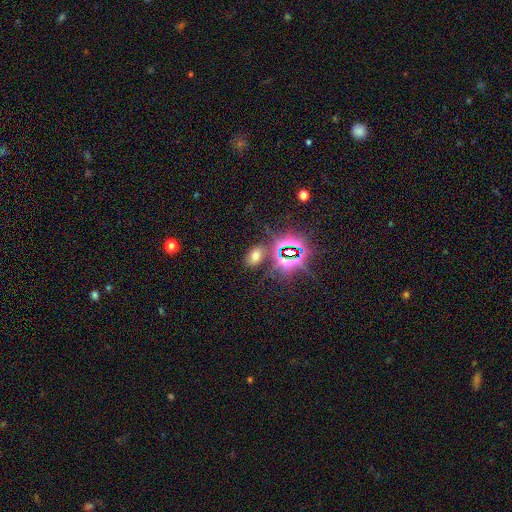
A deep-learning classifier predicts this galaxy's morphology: Smooth or featured? Predicted: smooth (p=0.48). Merging? Predicted: none (p=0.75).